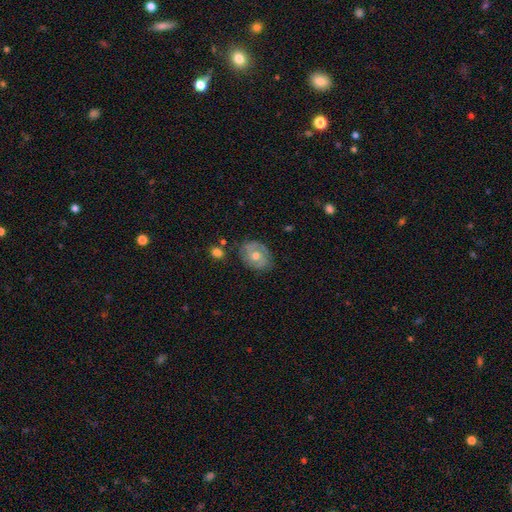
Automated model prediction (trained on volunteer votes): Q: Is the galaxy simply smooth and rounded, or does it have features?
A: featured or disk — 67%.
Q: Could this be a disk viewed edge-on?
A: no — 96%.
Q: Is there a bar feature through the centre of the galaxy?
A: no — 65%.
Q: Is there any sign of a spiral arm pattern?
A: yes — 80%.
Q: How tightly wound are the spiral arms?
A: tight — 55%.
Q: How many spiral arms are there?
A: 2 — 65%.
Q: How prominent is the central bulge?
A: moderate — 76%.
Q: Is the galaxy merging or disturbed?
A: none — 77%.